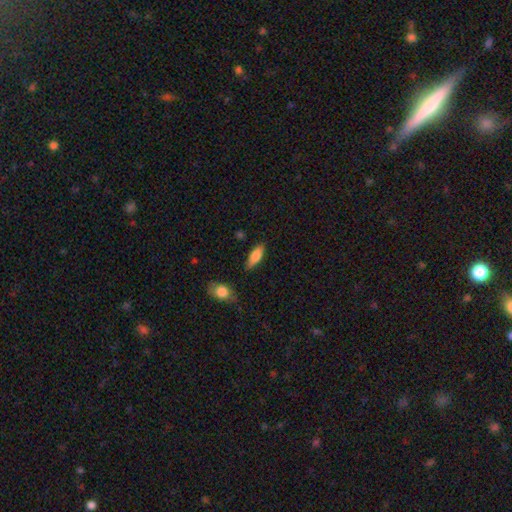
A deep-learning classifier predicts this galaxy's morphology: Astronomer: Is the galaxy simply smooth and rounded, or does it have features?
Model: smooth — 77%.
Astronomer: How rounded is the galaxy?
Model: in between — 67%.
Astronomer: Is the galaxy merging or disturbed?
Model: none — 82%.